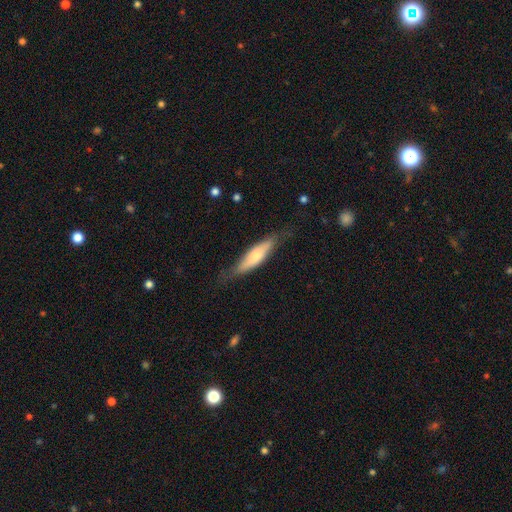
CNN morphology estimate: Smooth or featured: smooth — 58% (featured or disk — 36%)
How rounded: cigar-shaped — 64% (in between — 34%)
Merging: none — 72% (minor disturbance — 21%)